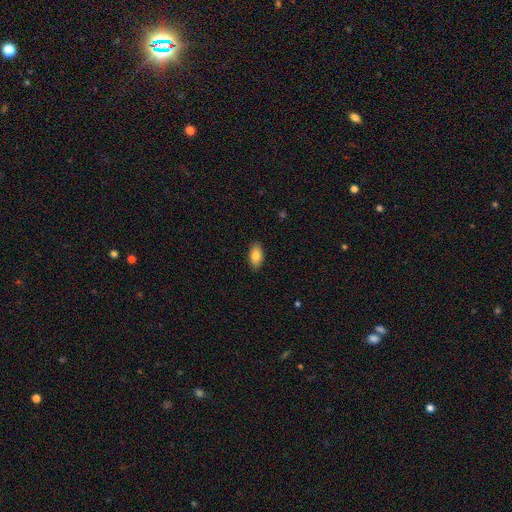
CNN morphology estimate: A smooth galaxy with no disk features (84%) that is in between round and cigar-shaped (93%).

Vote fractions:
- Smooth or featured? smooth: 84% / featured or disk: 9% / star or artifact: 7%
- How rounded? in between: 93% / cigar-shaped: 4% / round: 3%
- Merging? none: 89% / minor disturbance: 8% / major disturbance: 2% / merger: 1%